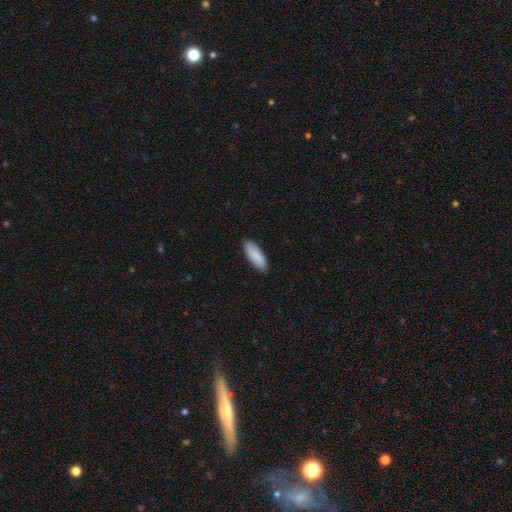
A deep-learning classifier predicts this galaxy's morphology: A smooth galaxy with no disk features (87%) that is in between round and cigar-shaped (71%).

Vote fractions:
- Smooth or featured? smooth: 87% / featured or disk: 8% / star or artifact: 5%
- How rounded? in between: 71% / cigar-shaped: 27% / round: 2%
- Merging? none: 87% / minor disturbance: 11% / major disturbance: 2% / merger: 1%